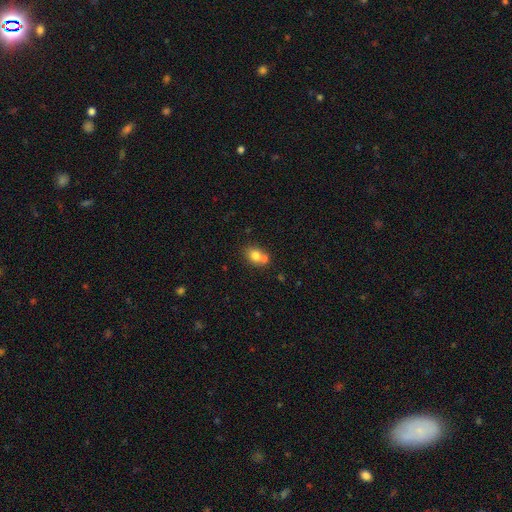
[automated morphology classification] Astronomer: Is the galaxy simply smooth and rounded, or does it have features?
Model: smooth — 76%.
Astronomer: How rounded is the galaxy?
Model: round — 56% (runner-up: in between, 43%).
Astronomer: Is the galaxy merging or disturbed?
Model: merger — 44% (runner-up: none, 43%).